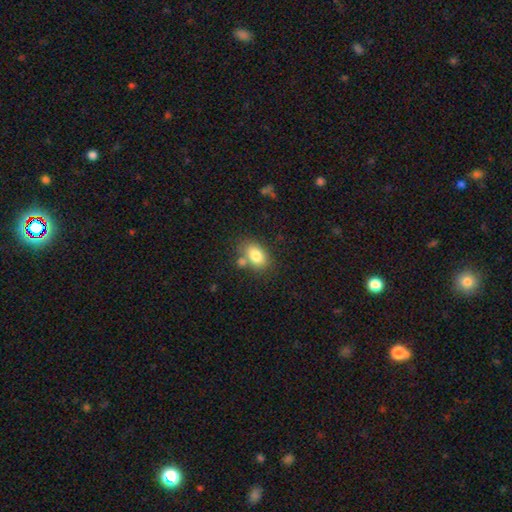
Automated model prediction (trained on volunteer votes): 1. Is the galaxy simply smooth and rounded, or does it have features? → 81% smooth, 11% featured or disk, 8% star or artifact.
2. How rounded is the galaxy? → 86% in between, 12% round, 2% cigar-shaped.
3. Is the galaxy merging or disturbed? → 66% none, 16% merger, 14% minor disturbance, 4% major disturbance.